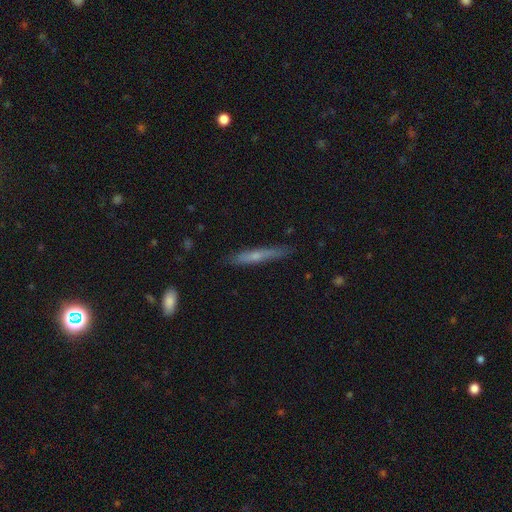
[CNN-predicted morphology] Overall: smooth (49%; featured or disk 45%). Merging: none (83%).